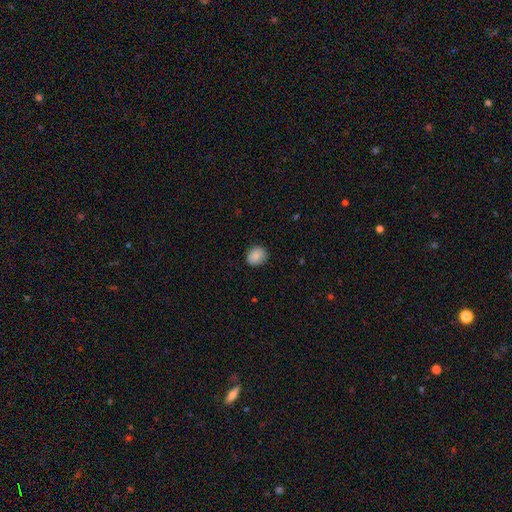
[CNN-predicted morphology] Smooth or featured? Predicted: smooth (p=0.87). How rounded? Predicted: round (p=0.62). Merging? Predicted: none (p=0.86).